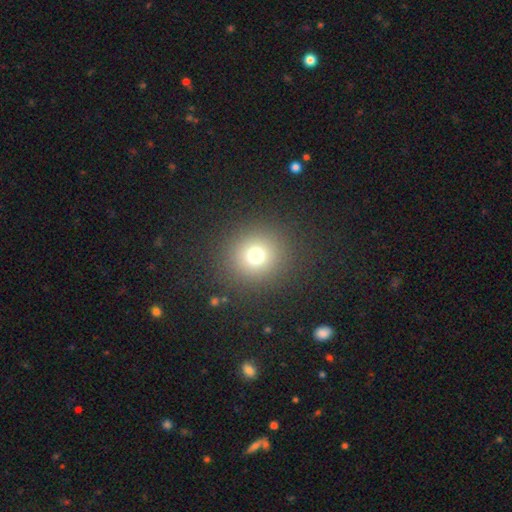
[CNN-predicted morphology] This is likely a smooth galaxy (73%). How rounded: clearly round (92%). Merging: clearly none (88%).